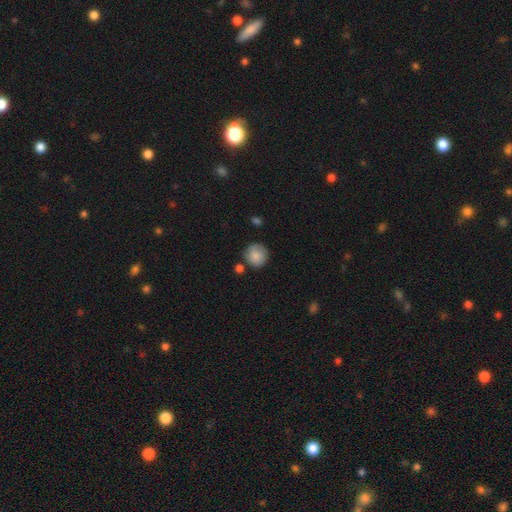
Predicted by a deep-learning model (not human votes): Overall: smooth (85%). How rounded: round (92%). Merging: none (76%).